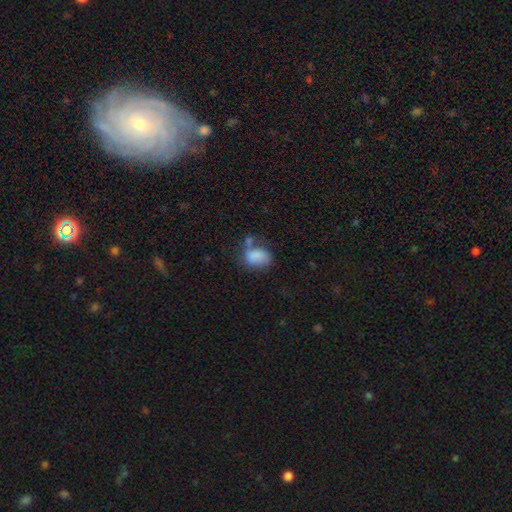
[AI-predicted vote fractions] A smooth galaxy with no disk features (78%) that is in between round and cigar-shaped (73%). Merging: none (37%).